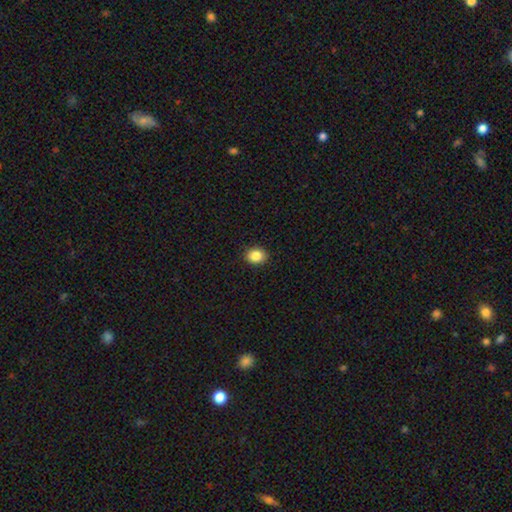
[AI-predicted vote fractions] smooth-or-featured: smooth: 86% | star or artifact: 9% | featured or disk: 5%
  how-rounded: round: 57% | in between: 42% | cigar-shaped: 1%
  merging: none: 91% | minor disturbance: 6% | major disturbance: 2% | merger: 1%